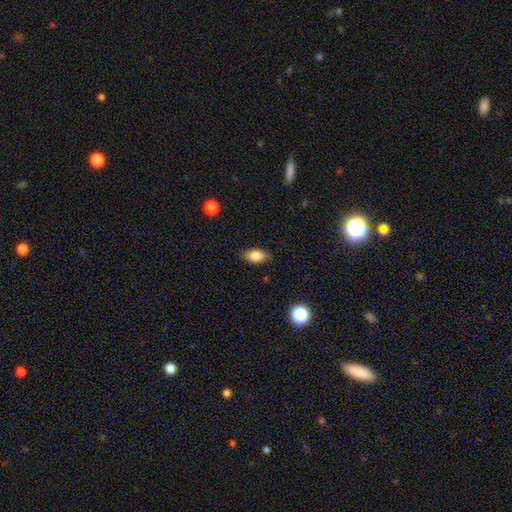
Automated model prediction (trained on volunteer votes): smooth-or-featured: smooth: 81% | featured or disk: 10% | star or artifact: 9%
  how-rounded: in between: 86% | round: 8% | cigar-shaped: 5%
  merging: none: 82% | minor disturbance: 14% | major disturbance: 3% | merger: 1%